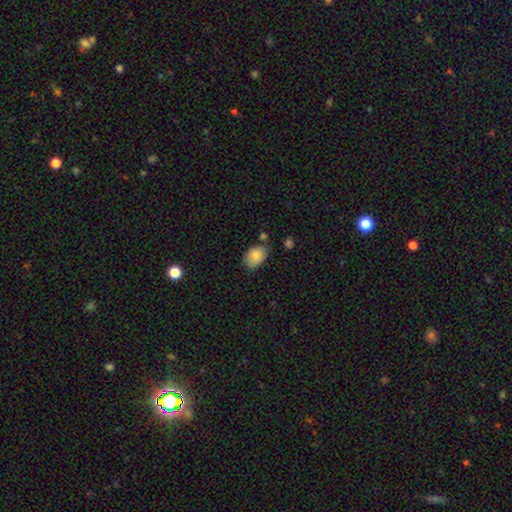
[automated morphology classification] smooth-or-featured: smooth: 83% | featured or disk: 9% | star or artifact: 8%
  how-rounded: in between: 82% | round: 17% | cigar-shaped: 1%
  merging: none: 65% | minor disturbance: 25% | merger: 6% | major disturbance: 4%